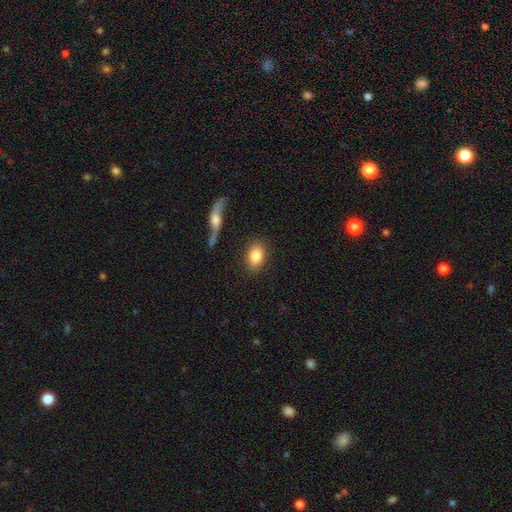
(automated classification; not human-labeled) Smooth or featured? Predicted: smooth (p=0.84). How rounded? Predicted: in between (p=0.79). Merging? Predicted: none (p=0.82).